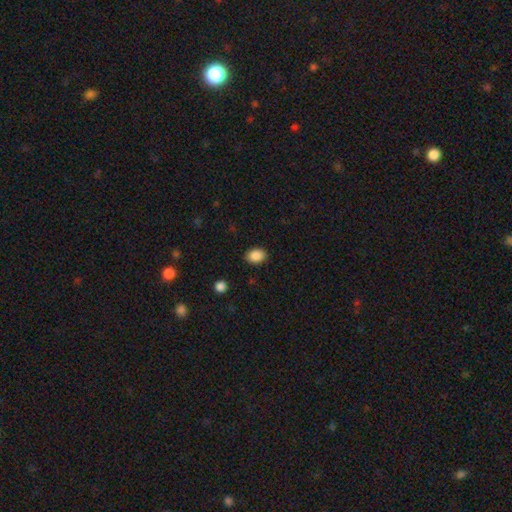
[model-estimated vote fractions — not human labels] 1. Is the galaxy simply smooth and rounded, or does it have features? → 88% smooth, 8% star or artifact, 4% featured or disk.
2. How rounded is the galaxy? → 72% in between, 27% round, 1% cigar-shaped.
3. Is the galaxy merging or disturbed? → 88% none, 9% minor disturbance, 2% major disturbance, 1% merger.